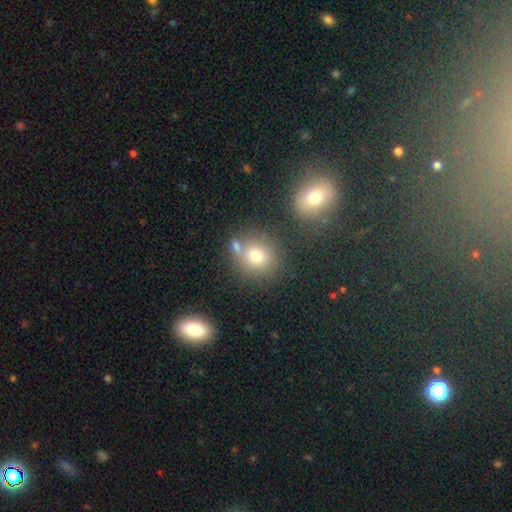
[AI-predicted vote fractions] smooth 77%, star or artifact 14%, featured or disk 10%. Down the decision tree: how rounded — round (78%); merging — none (67%).